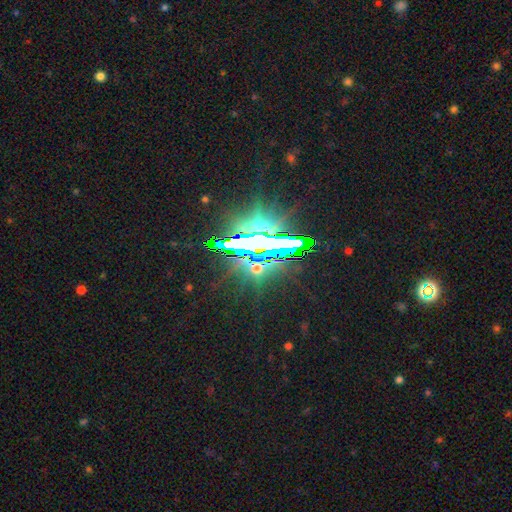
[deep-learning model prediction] Smooth or featured?
  - star or artifact: 80% *
  - featured or disk: 11%
  - smooth: 9%